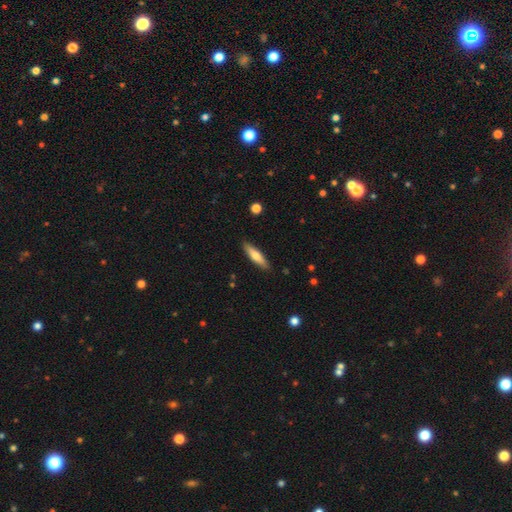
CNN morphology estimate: This appears to be a smooth galaxy with no disk features (67%) that is cigar-shaped (72%). Merging: none (88%).